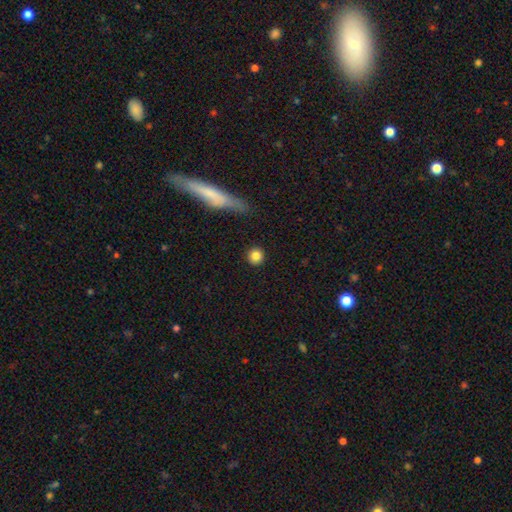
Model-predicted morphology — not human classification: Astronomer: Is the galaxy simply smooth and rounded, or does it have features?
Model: smooth — 84%.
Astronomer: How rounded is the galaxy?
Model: round — 92%.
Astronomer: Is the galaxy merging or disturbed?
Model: none — 90%.